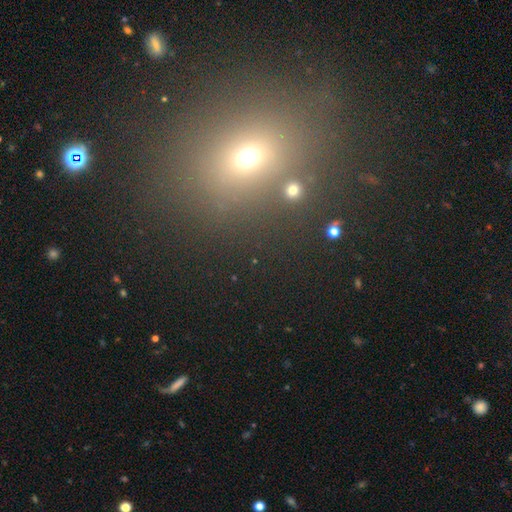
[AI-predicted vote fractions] smooth_or_featured: smooth (p=0.49) [alt: star or artifact p=0.41]
merging: none (p=0.83) [alt: minor disturbance p=0.08]